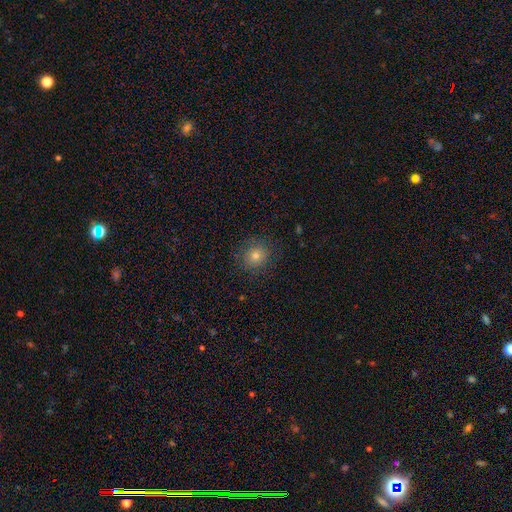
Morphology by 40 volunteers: Smooth or featured? 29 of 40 (72%) said smooth. How rounded? 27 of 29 (93%) said round. Merging? 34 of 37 (92%) said none.